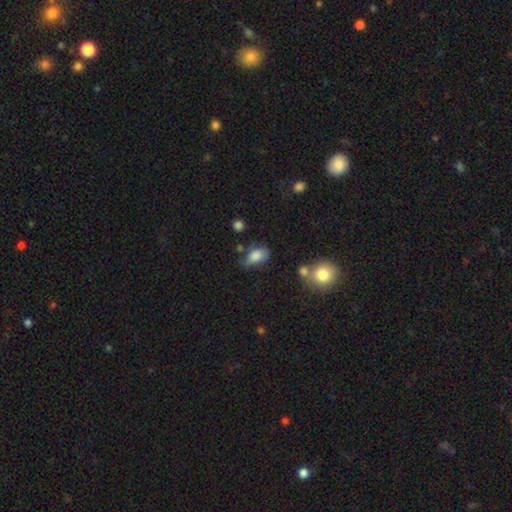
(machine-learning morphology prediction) Overall: smooth (79%). How rounded: in between (86%). Merging: none (39%; minor disturbance 37%).